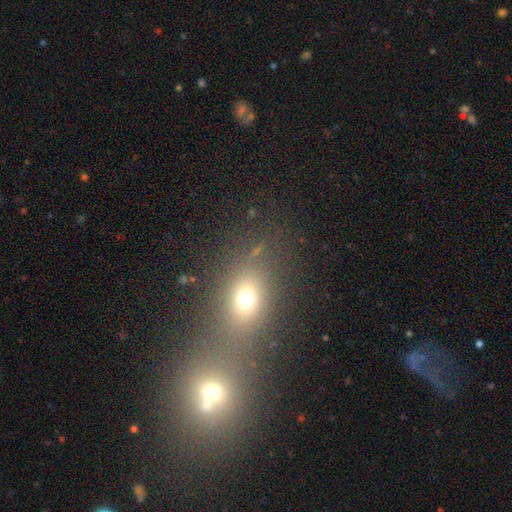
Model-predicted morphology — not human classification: Q: Smooth or featured?
A: smooth (51%); runner-up: star or artifact (32%)
Q: How rounded?
A: in between (50%); runner-up: round (46%)
Q: Merging?
A: merger (57%); runner-up: none (33%)